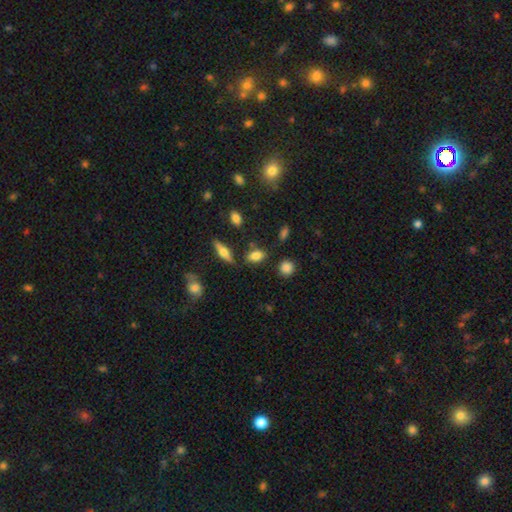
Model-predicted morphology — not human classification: smooth_or_featured: smooth (p=0.77) [alt: featured or disk p=0.13]
how_rounded: in between (p=0.82) [alt: round p=0.10]
merging: none (p=0.78) [alt: minor disturbance p=0.13]